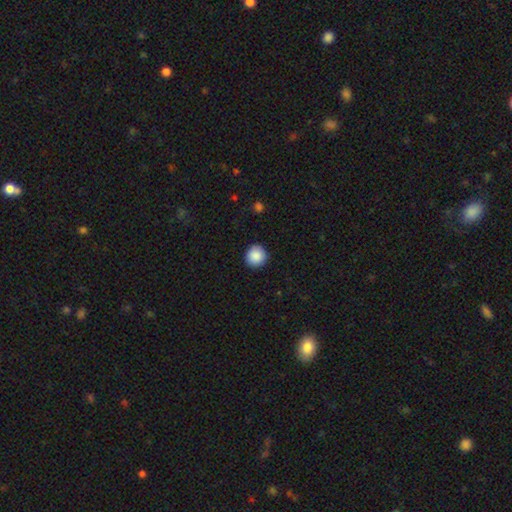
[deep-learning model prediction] Q: Smooth or featured?
A: smooth (89%); runner-up: star or artifact (8%)
Q: How rounded?
A: round (94%); runner-up: in between (5%)
Q: Merging?
A: none (92%); runner-up: minor disturbance (6%)